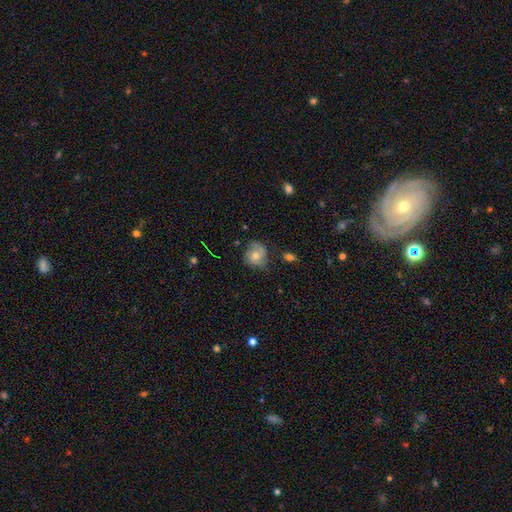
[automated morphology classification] This is possibly a smooth galaxy (47%). Merging: likely none (61%).